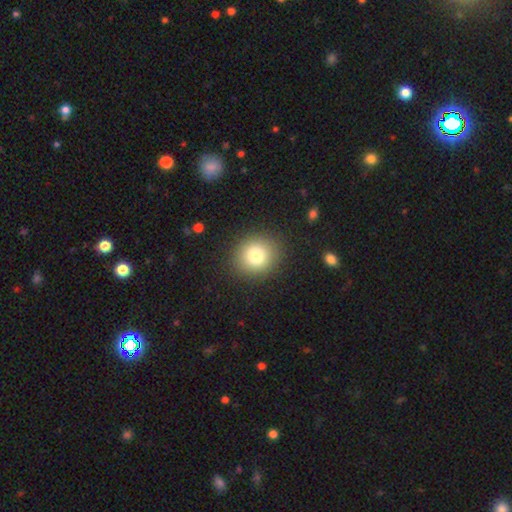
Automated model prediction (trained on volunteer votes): Q: Smooth or featured?
A: smooth (79%); runner-up: star or artifact (12%)
Q: How rounded?
A: round (82%); runner-up: in between (17%)
Q: Merging?
A: none (89%); runner-up: minor disturbance (7%)